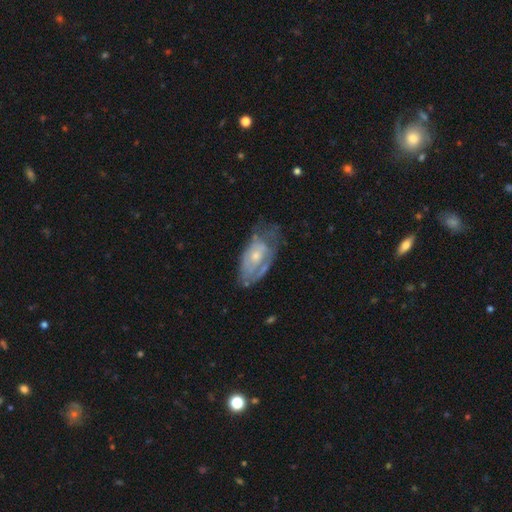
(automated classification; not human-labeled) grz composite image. It shows a featured or disk galaxy (63%) with no bar (78%), spiral arms (57%) and a small central bulge (49%). Merging: none (44%).